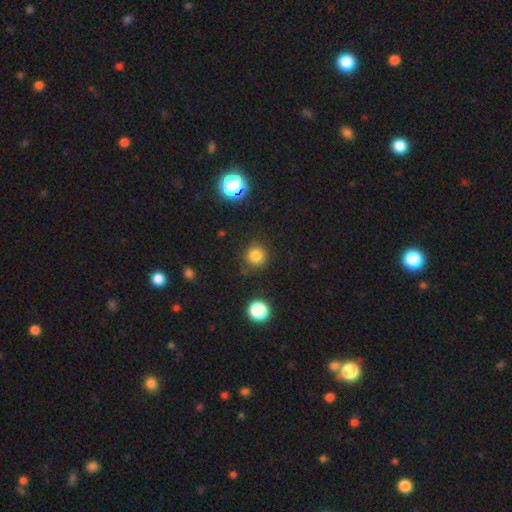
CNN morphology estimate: This is clearly a smooth galaxy (81%). How rounded: clearly round (94%). Merging: clearly none (87%).